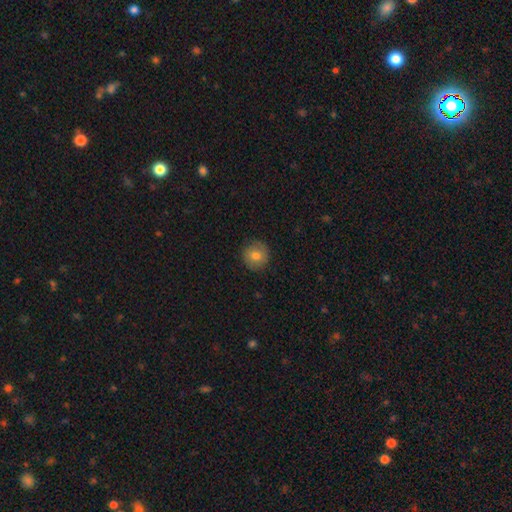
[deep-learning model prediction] smooth-or-featured: smooth: 78% | featured or disk: 14% | star or artifact: 9%
  how-rounded: round: 92% | in between: 7% | cigar-shaped: 1%
  merging: none: 88% | minor disturbance: 9% | major disturbance: 2% | merger: 1%